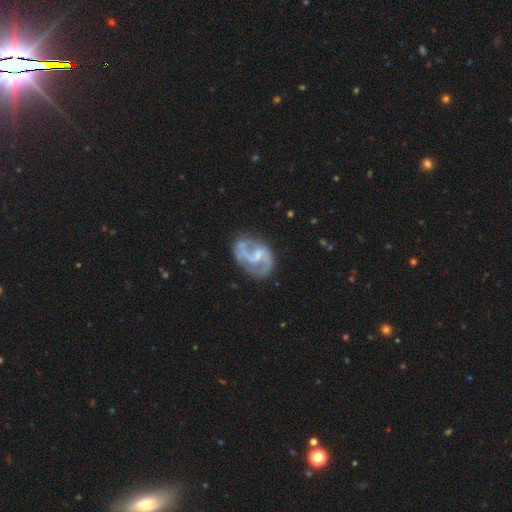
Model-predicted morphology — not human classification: Smooth or featured?
  - featured or disk: 82% *
  - smooth: 13%
  - star or artifact: 6%
Edge-on disk?
  - no: 98% *
  - yes: 2%
Bar?
  - weak: 53% *
  - no: 29%
  - strong: 17%
Spiral arms?
  - yes: 89% *
  - no: 11%
Spiral winding?
  - medium: 49% *
  - loose: 35%
  - tight: 16%
Spiral arm count?
  - 2: 83% *
  - can't tell: 8%
  - 1: 4%
  - 3: 3%
  - 4: 1%
  - more than 4: 1%
Bulge size?
  - small: 40% *
  - none: 32%
  - moderate: 24%
  - large: 3%
  - dominant: 1%
Merging?
  - none: 63% *
  - minor disturbance: 20%
  - major disturbance: 13%
  - merger: 4%